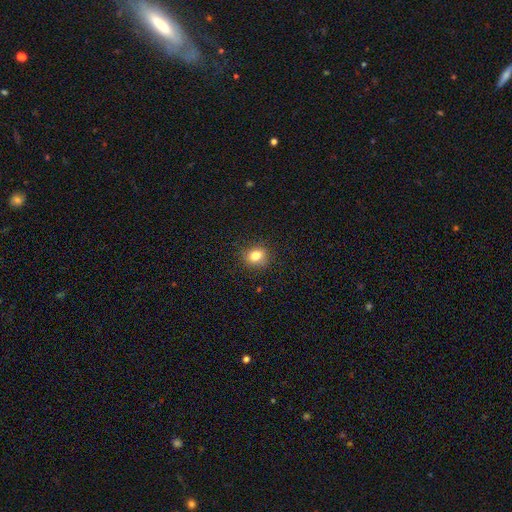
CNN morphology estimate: Smooth or featured? smooth (81%)
How rounded? round (67%)
Merging? none (86%)